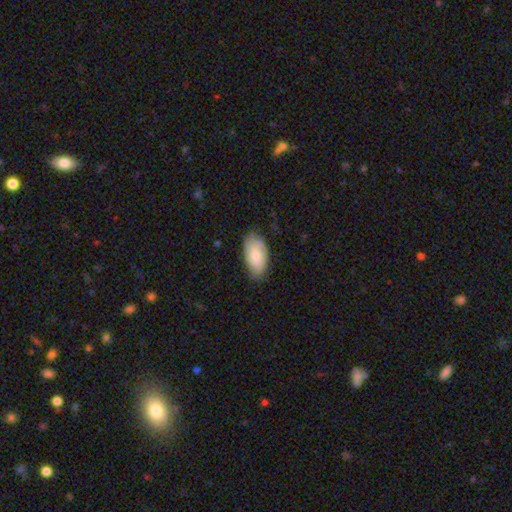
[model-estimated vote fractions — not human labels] Morphology: type=smooth (76%); roundness=in between (94%); merging=none (75%).